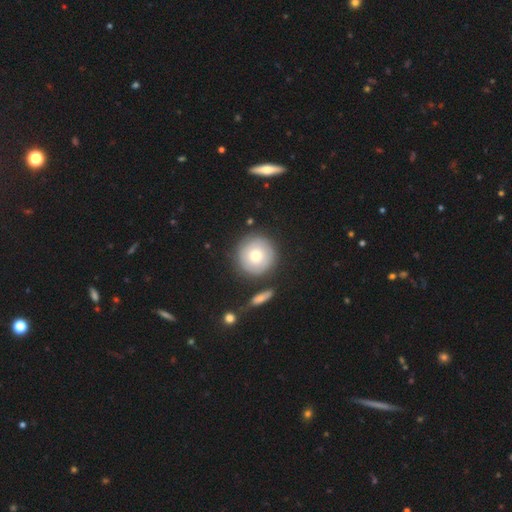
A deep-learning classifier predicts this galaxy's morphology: Smooth or featured: smooth — 65% (featured or disk — 27%)
How rounded: round — 95% (in between — 4%)
Merging: none — 81% (minor disturbance — 10%)